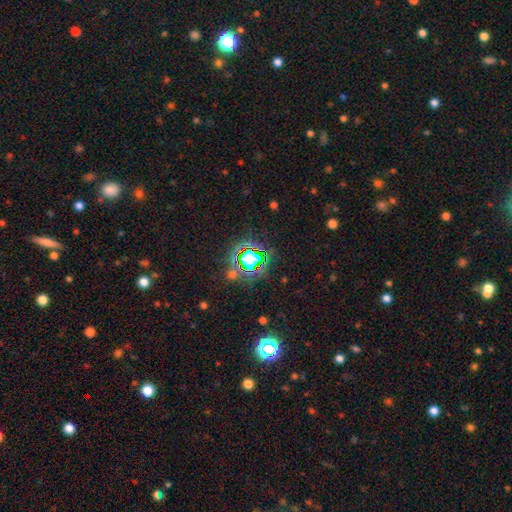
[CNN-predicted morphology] Overall: star or artifact (80%).